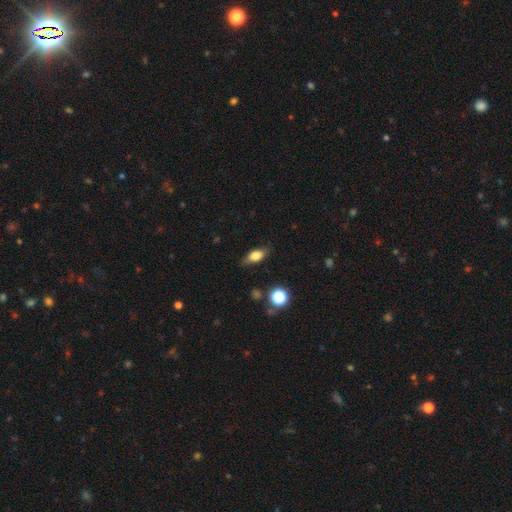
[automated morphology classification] Smooth or featured: smooth — 71% (featured or disk — 20%)
How rounded: in between — 77% (cigar-shaped — 15%)
Merging: none — 79% (minor disturbance — 16%)